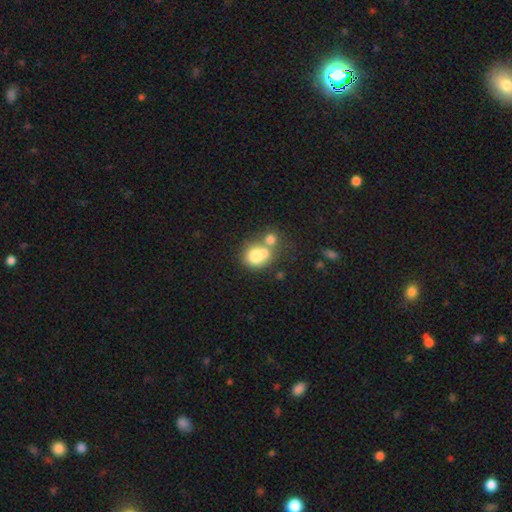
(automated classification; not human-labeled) Smooth or featured? Predicted: smooth (p=0.71). How rounded? Predicted: round (p=0.74). Merging? Predicted: merger (p=0.55).